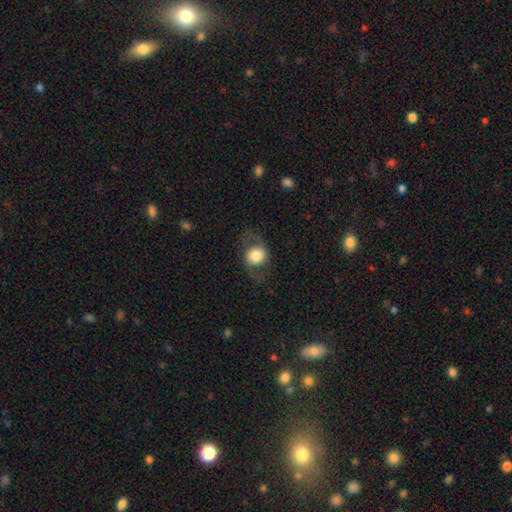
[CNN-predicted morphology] smooth_or_featured: smooth (p=0.56) [alt: featured or disk p=0.36]
how_rounded: round (p=0.69) [alt: in between p=0.29]
merging: none (p=0.70) [alt: minor disturbance p=0.16]